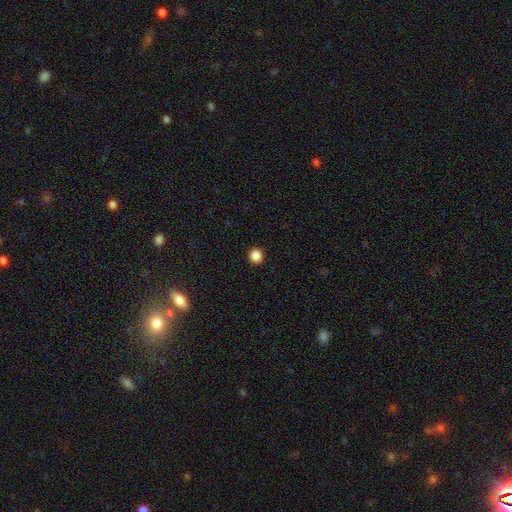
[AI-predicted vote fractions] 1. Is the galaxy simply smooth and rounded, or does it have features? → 86% smooth, 11% star or artifact, 3% featured or disk.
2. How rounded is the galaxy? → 87% round, 12% in between, 1% cigar-shaped.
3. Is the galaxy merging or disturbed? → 93% none, 5% minor disturbance, 2% major disturbance, 1% merger.